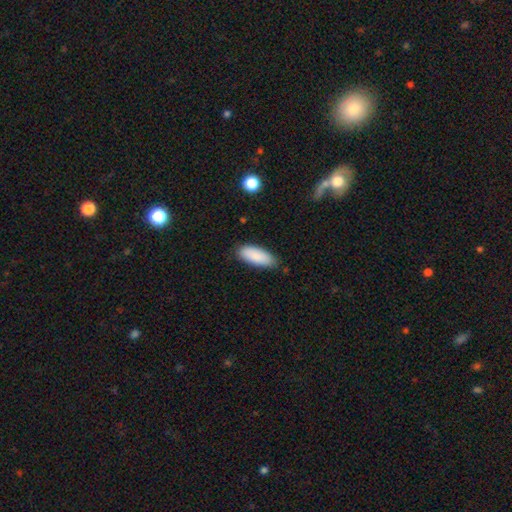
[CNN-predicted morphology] Smooth or featured?
  - smooth: 89% *
  - star or artifact: 6%
  - featured or disk: 5%
How rounded?
  - in between: 79% *
  - cigar-shaped: 20%
  - round: 2%
Merging?
  - none: 83% *
  - minor disturbance: 13%
  - major disturbance: 2%
  - merger: 1%